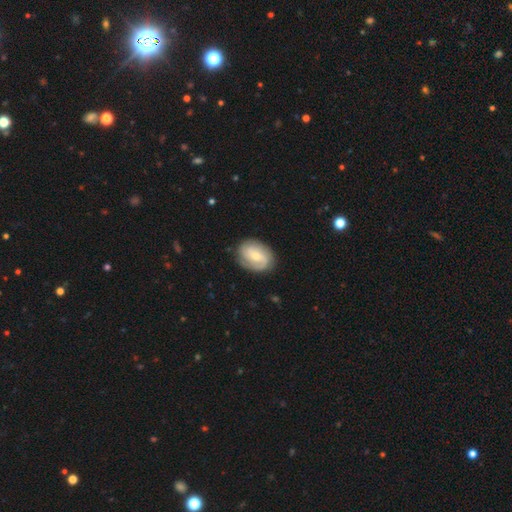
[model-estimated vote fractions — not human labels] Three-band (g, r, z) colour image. It shows a featured or disk galaxy (70%) with no bar (46%), 2 (61%) tight (42%) spiral arms (91%) and a small central bulge (57%). Merging: none (79%).